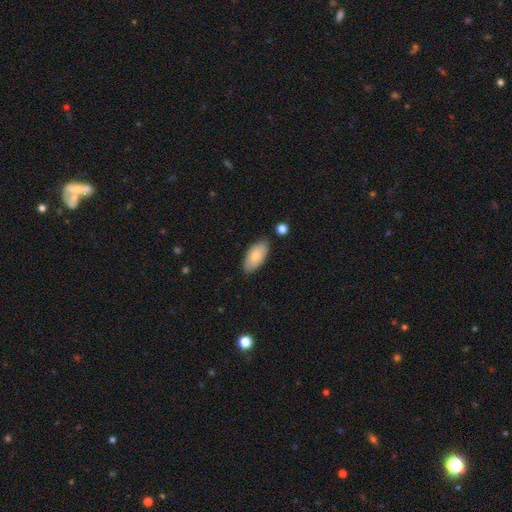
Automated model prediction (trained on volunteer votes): Overall: smooth (80%). How rounded: in between (93%). Merging: none (82%).